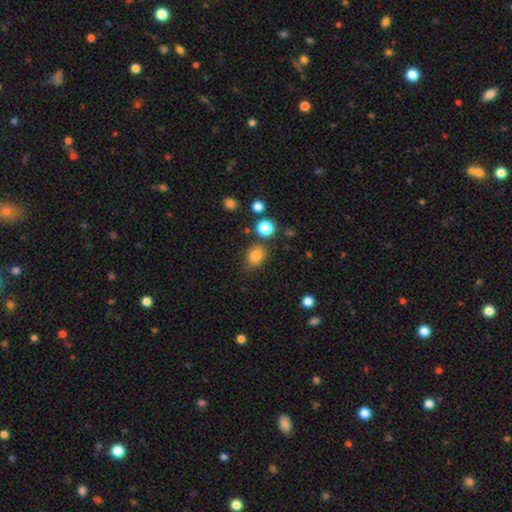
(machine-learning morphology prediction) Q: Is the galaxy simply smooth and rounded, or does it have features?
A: smooth — 83%.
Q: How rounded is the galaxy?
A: round — 53%.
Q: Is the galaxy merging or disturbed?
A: none — 72%.